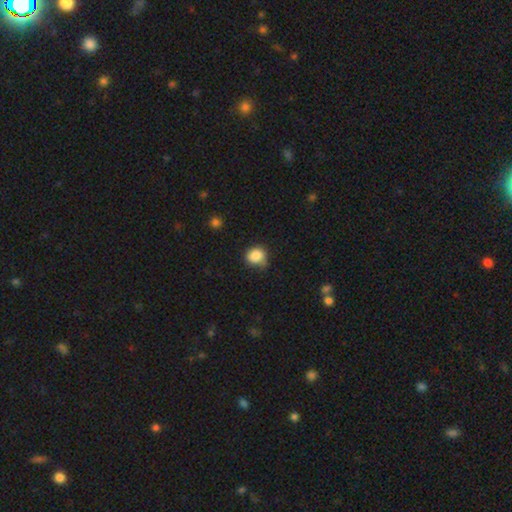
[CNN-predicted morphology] Smooth or featured: smooth — 86% (star or artifact — 9%)
How rounded: round — 72% (in between — 27%)
Merging: none — 64% (minor disturbance — 26%)